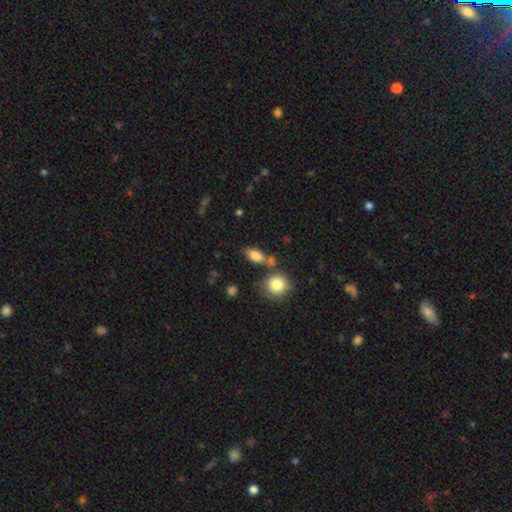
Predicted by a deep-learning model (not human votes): Morphology: type=smooth (82%); roundness=in between (81%); merging=none (56%).